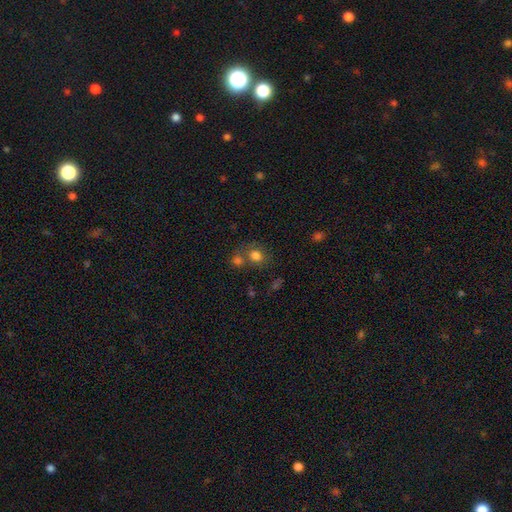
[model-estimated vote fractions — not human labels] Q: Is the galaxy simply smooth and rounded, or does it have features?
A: smooth — 77%.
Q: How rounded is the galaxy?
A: round — 73%.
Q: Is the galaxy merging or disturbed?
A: none — 54%.